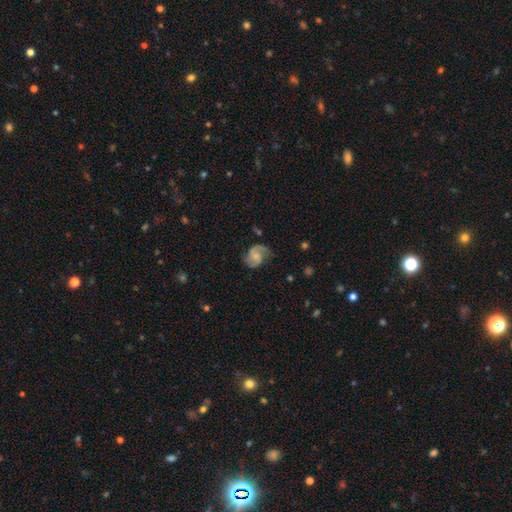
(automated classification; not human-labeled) Smooth or featured? featured or disk (76%)
Edge-on disk? no (98%)
Bar? no (54%)
Spiral arms? yes (95%)
Spiral winding? medium (48%)
Spiral arm count? 2 (82%)
Bulge size? small (44%)
Merging? none (64%)